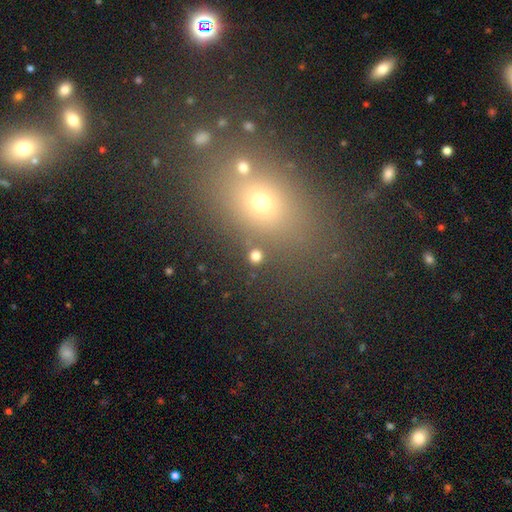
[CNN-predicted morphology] Overall: smooth (77%). How rounded: round (87%). Merging: none (85%).